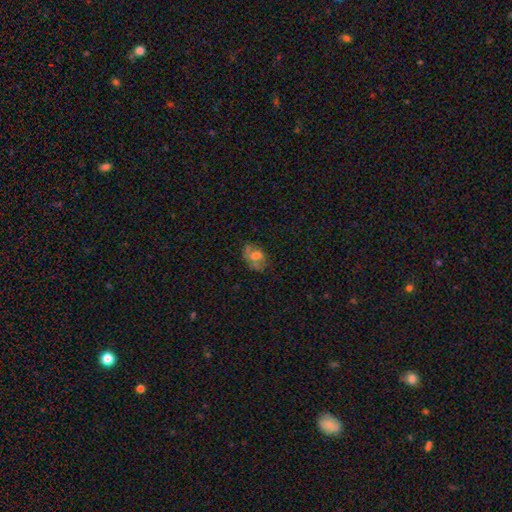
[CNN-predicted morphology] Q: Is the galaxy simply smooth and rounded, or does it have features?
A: smooth — 54%.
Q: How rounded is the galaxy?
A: in between — 68%.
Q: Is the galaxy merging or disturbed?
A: none — 55%.